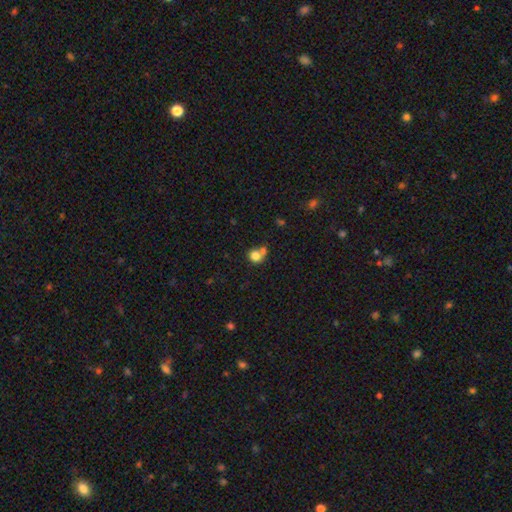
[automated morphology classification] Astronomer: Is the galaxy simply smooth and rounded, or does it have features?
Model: smooth — 79%.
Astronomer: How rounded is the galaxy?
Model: round — 82%.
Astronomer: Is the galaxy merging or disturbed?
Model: none — 44% (runner-up: merger, 43%).